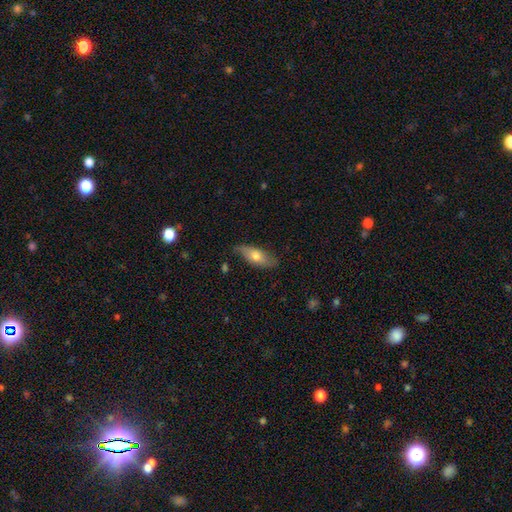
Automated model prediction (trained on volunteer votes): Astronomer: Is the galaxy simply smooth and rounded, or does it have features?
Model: smooth — 63%.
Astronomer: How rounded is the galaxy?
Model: in between — 70%.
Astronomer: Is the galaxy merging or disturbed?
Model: none — 75%.